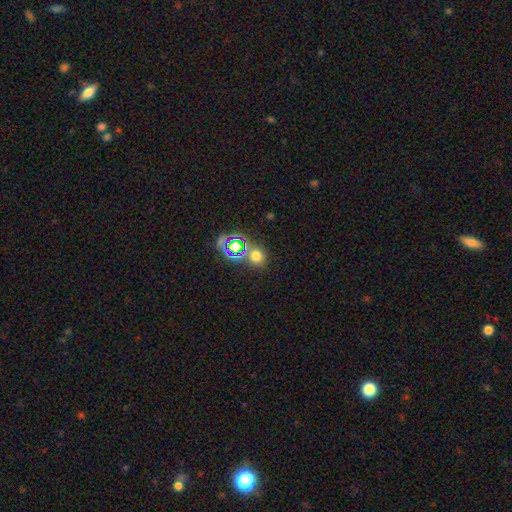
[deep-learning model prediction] Q: Smooth or featured?
A: smooth (62%); runner-up: star or artifact (30%)
Q: How rounded?
A: round (76%); runner-up: in between (23%)
Q: Merging?
A: none (71%); runner-up: merger (16%)